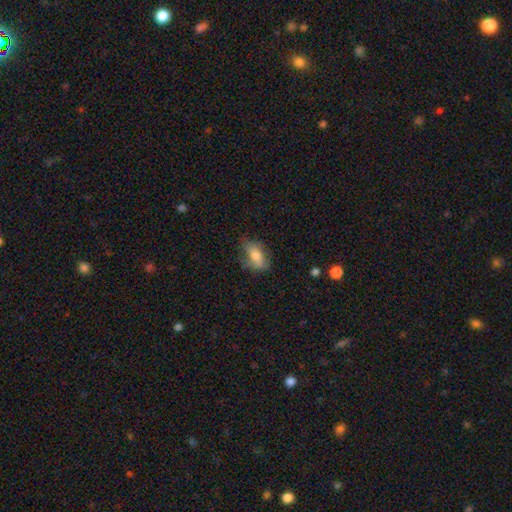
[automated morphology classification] Smooth or featured? Predicted: smooth (p=0.71). How rounded? Predicted: in between (p=0.86). Merging? Predicted: none (p=0.57).